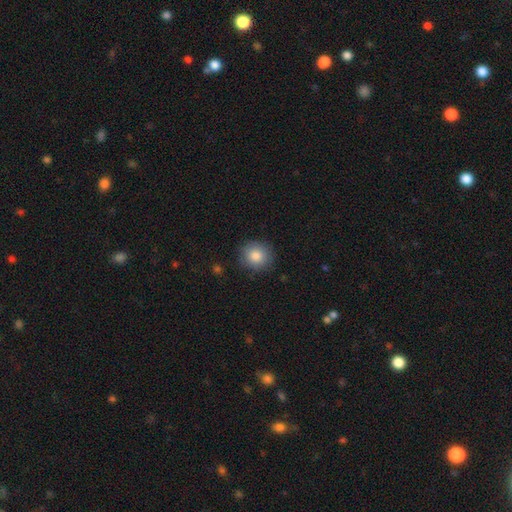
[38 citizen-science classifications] A smooth galaxy with no disk features (82%) that is round (74%). Merging: none (97%).